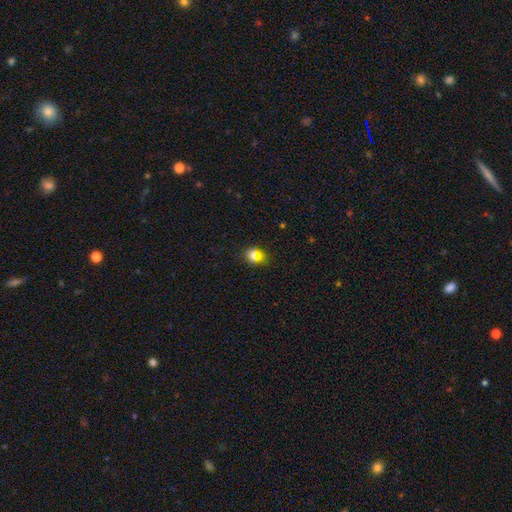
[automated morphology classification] Q: Smooth or featured?
A: smooth (69%); runner-up: star or artifact (21%)
Q: How rounded?
A: round (58%); runner-up: in between (40%)
Q: Merging?
A: none (79%); runner-up: minor disturbance (11%)